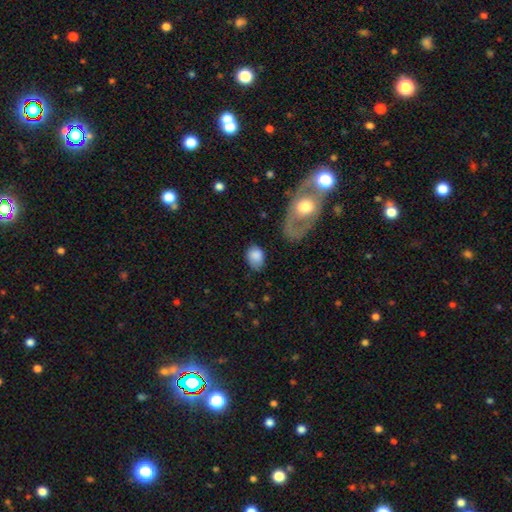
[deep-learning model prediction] A smooth galaxy with no disk features (81%) that is in between round and cigar-shaped (75%).

Vote fractions:
- Smooth or featured? smooth: 81% / featured or disk: 12% / star or artifact: 7%
- How rounded? in between: 75% / round: 24% / cigar-shaped: 1%
- Merging? none: 63% / minor disturbance: 23% / major disturbance: 10% / merger: 4%